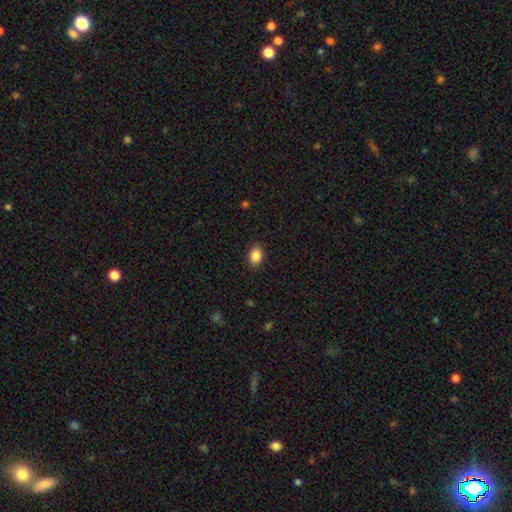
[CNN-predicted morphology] This appears to be a smooth galaxy with no disk features (88%) that is in between round and cigar-shaped (65%). Merging: none (89%).